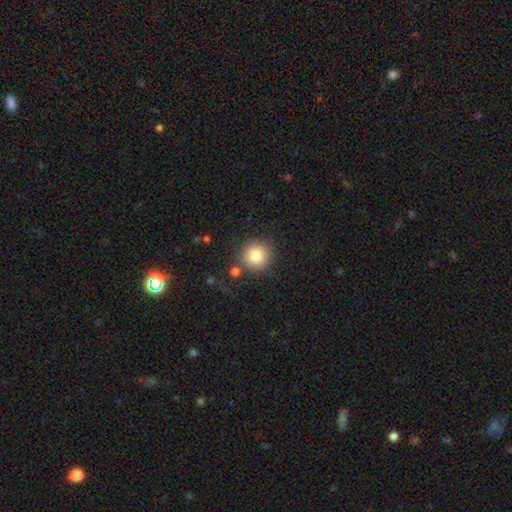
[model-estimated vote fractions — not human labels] Smooth or featured? smooth (85%)
How rounded? round (91%)
Merging? none (79%)